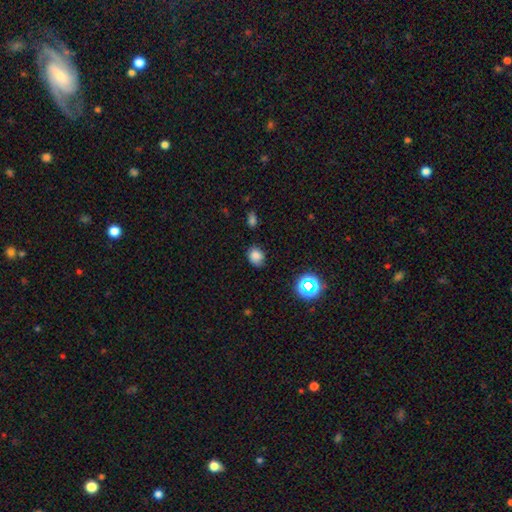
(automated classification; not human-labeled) smooth 80%, star or artifact 13%, featured or disk 6%. Down the decision tree: how rounded — round (53%); merging — none (75%).